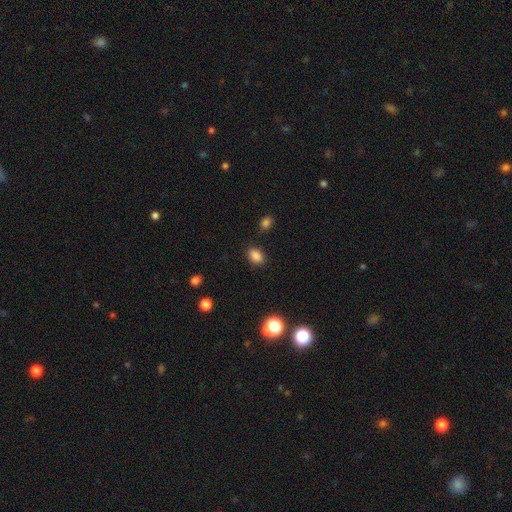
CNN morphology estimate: A smooth galaxy with no disk features (84%) that is in between round and cigar-shaped (73%). Merging: none (86%).